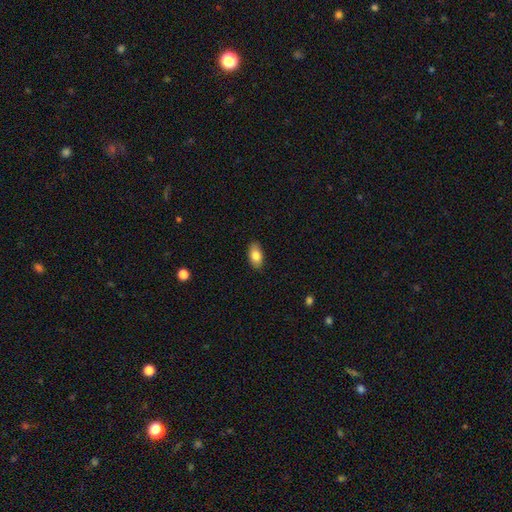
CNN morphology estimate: type=smooth (82%); roundness=in between (91%); merging=none (85%).